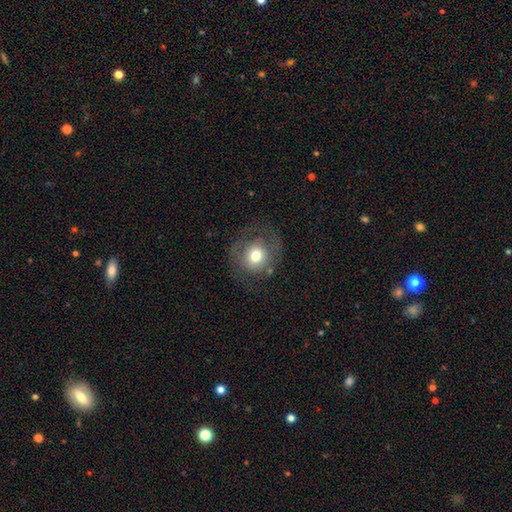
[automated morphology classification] Smooth or featured: smooth — 59% (featured or disk — 31%)
How rounded: round — 83% (in between — 16%)
Merging: none — 64% (minor disturbance — 18%)